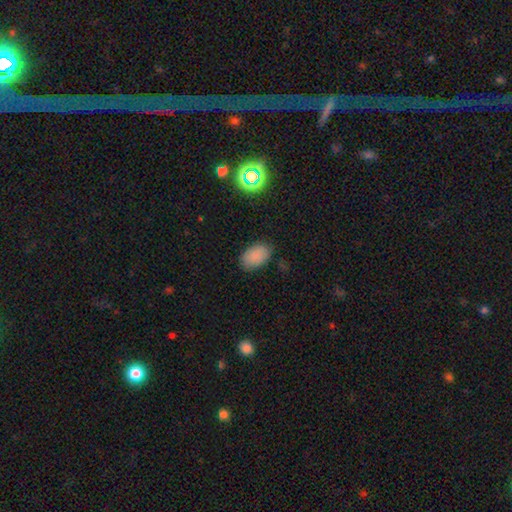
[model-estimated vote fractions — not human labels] A smooth galaxy with no disk features (85%) that is in between round and cigar-shaped (91%).

Vote fractions:
- Smooth or featured? smooth: 85% / star or artifact: 10% / featured or disk: 5%
- How rounded? in between: 91% / round: 7% / cigar-shaped: 1%
- Merging? none: 82% / minor disturbance: 14% / major disturbance: 3% / merger: 1%